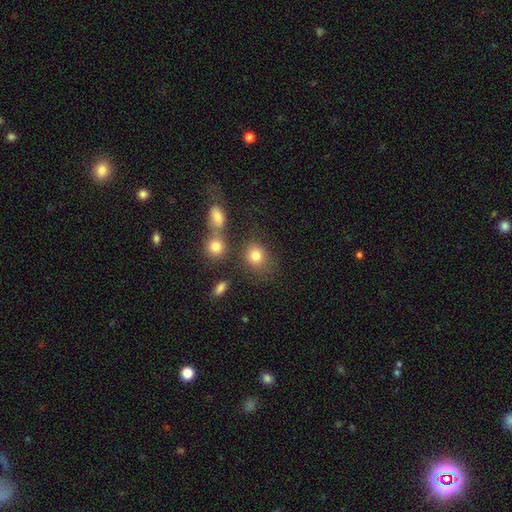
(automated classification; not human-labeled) Smooth or featured? Predicted: smooth (p=0.80). How rounded? Predicted: round (p=0.63). Merging? Predicted: none (p=0.64).